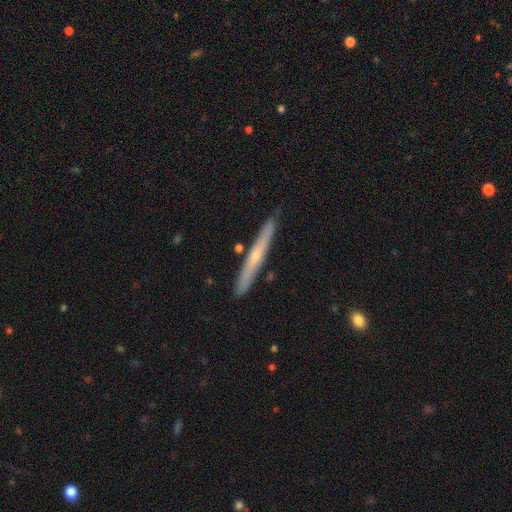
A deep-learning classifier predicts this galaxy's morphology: Smooth or featured? Predicted: featured or disk (p=0.52). Edge-on disk? Predicted: yes (p=0.94). Merging? Predicted: none (p=0.87).